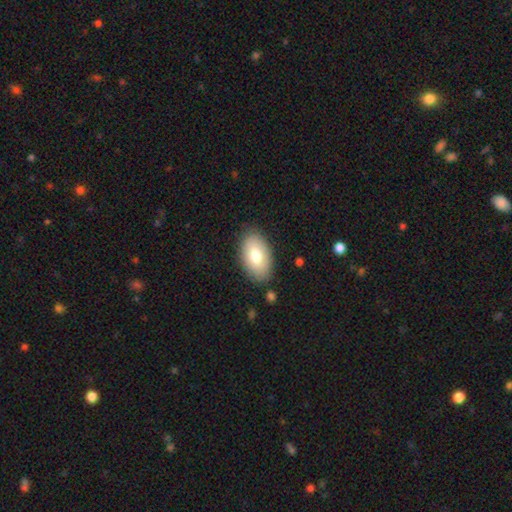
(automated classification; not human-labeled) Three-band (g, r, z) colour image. It shows a smooth galaxy with no disk features (76%) that is in between round and cigar-shaped (93%). Merging: none (84%).